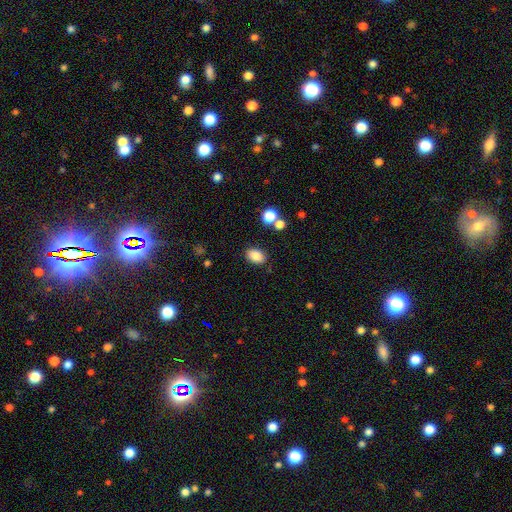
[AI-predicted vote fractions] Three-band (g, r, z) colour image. It shows a smooth galaxy with no disk features (85%) that is in between round and cigar-shaped (82%). Merging: none (84%).